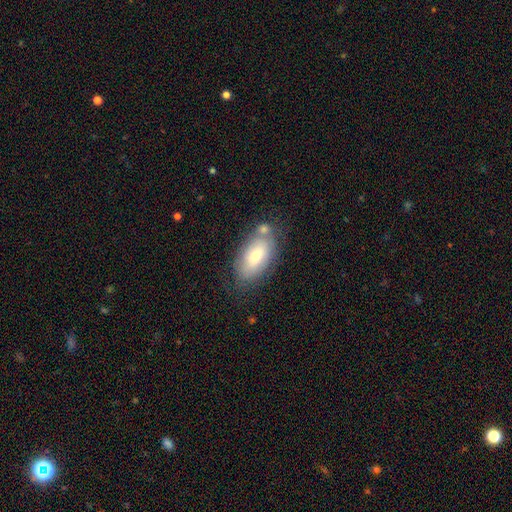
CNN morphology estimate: type=smooth (66%); roundness=in between (91%); merging=none (71%).